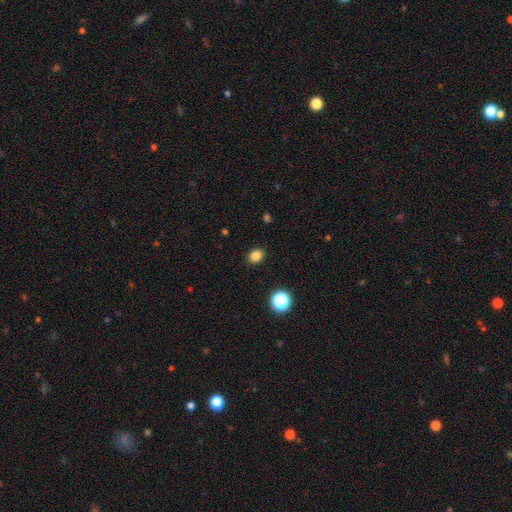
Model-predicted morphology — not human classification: Smooth or featured: smooth — 83% (star or artifact — 13%)
How rounded: round — 50% (in between — 49%)
Merging: none — 89% (minor disturbance — 7%)